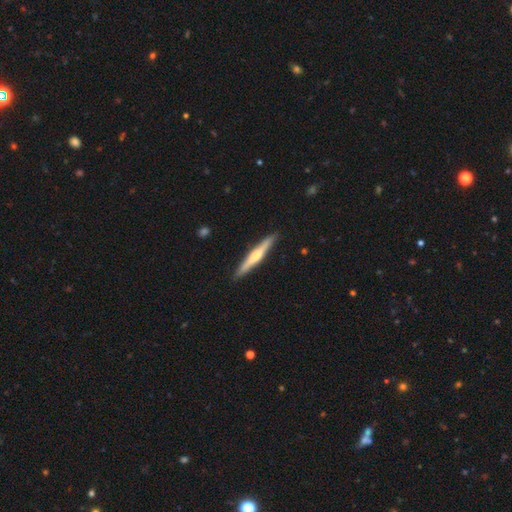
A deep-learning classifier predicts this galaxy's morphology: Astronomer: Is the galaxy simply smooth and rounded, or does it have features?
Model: featured or disk — 59% (runner-up: smooth, 36%).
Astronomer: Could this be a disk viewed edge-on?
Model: yes — 97%.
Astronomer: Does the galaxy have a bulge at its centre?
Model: rounded — 73%.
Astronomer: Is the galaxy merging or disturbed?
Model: none — 90%.